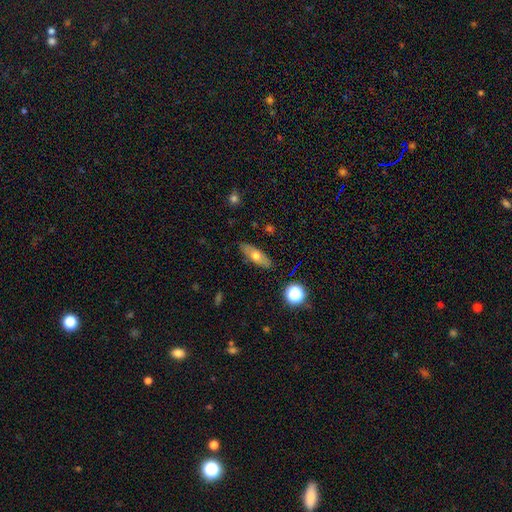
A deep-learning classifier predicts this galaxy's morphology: A smooth galaxy with no disk features (60%) that is in between round and cigar-shaped (65%). Merging: none (85%).